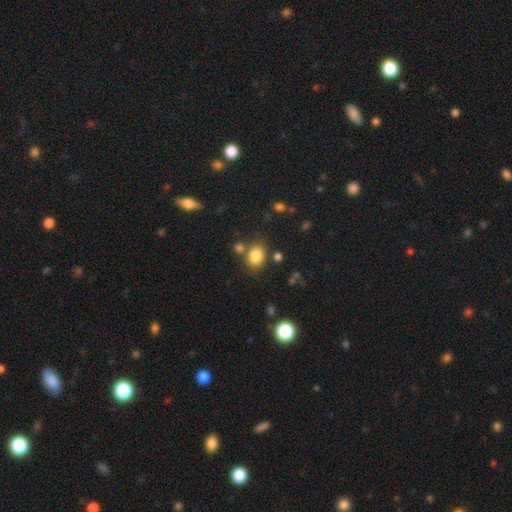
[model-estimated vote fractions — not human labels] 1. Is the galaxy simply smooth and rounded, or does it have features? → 83% smooth, 11% star or artifact, 7% featured or disk.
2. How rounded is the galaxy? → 55% in between, 44% round, 1% cigar-shaped.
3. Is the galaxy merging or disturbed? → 71% none, 13% merger, 12% minor disturbance, 4% major disturbance.